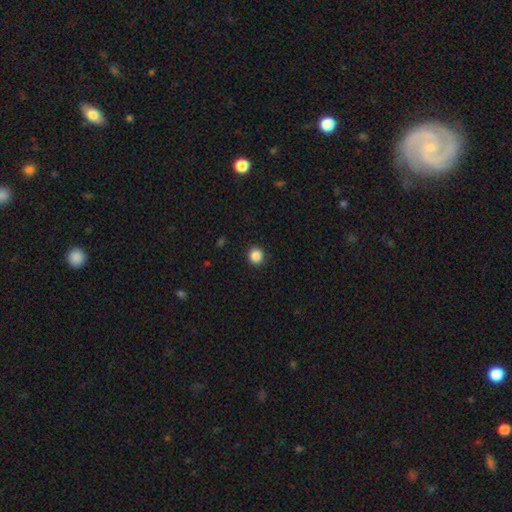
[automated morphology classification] The model was most divided on "how rounded": round: 86%, in between: 13%, cigar-shaped: 1%. More confident: merging — none (92%); smooth or featured — smooth (87%).